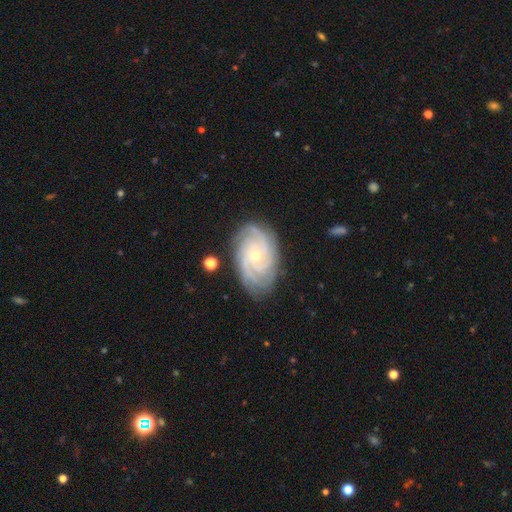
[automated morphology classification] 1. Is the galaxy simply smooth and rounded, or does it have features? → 89% featured or disk, 6% smooth, 5% star or artifact.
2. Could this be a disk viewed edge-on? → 97% no, 3% yes.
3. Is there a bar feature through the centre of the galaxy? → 75% no, 20% weak, 4% strong.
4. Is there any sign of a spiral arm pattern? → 98% yes, 2% no.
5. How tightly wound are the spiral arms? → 74% tight, 22% medium, 3% loose.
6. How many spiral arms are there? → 32% 3, 28% 4, 15% can't tell, 12% 2, 7% more than 4, 6% 1.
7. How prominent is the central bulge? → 67% small, 30% moderate, 1% large, 1% none, 1% dominant.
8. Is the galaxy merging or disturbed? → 81% none, 14% minor disturbance, 3% major disturbance, 1% merger.